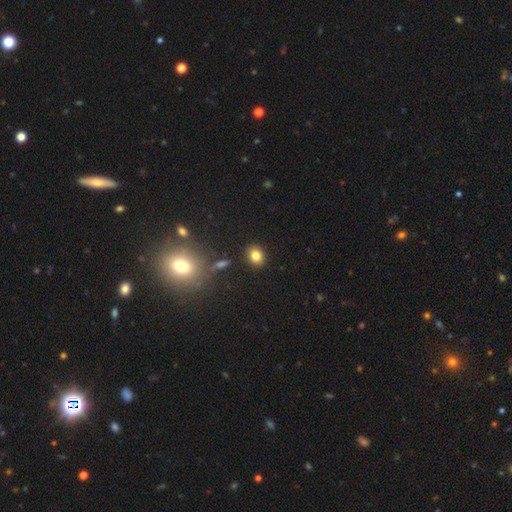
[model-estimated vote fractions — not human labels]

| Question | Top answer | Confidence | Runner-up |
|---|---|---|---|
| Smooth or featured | smooth | 81% | star or artifact (12%) |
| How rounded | round | 58% | in between (41%) |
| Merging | none | 88% | minor disturbance (8%) |